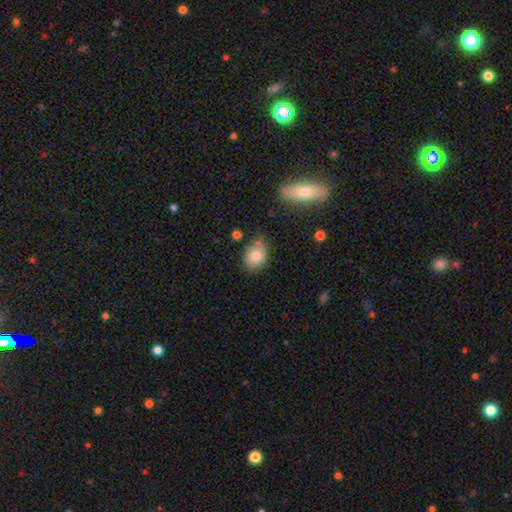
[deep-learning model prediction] A smooth galaxy with no disk features (79%) that is in between round and cigar-shaped (66%).

Vote fractions:
- Smooth or featured? smooth: 79% / featured or disk: 12% / star or artifact: 9%
- How rounded? in between: 66% / round: 33% / cigar-shaped: 1%
- Merging? none: 70% / minor disturbance: 21% / merger: 5% / major disturbance: 4%